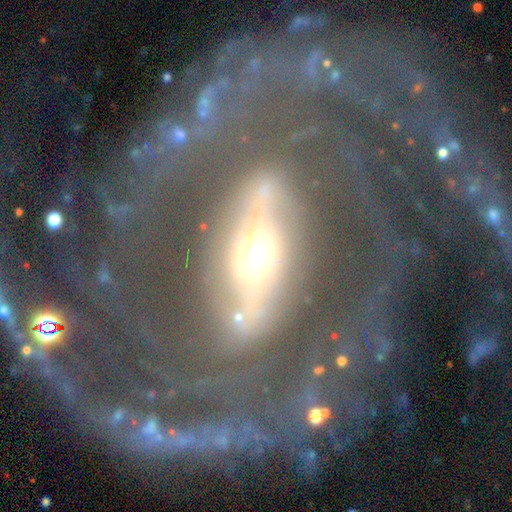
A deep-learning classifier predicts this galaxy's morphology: Smooth or featured?
  - featured or disk: 87% *
  - smooth: 7%
  - star or artifact: 6%
Edge-on disk?
  - no: 89% *
  - yes: 11%
Bar?
  - strong: 67% *
  - weak: 20%
  - no: 13%
Spiral arms?
  - yes: 90% *
  - no: 10%
Spiral winding?
  - tight: 48% *
  - medium: 35%
  - loose: 17%
Spiral arm count?
  - 2: 53% *
  - can't tell: 20%
  - 3: 8%
  - more than 4: 7%
  - 4: 6%
  - 1: 6%
Bulge size?
  - moderate: 52% *
  - small: 36%
  - large: 9%
  - dominant: 2%
  - none: 1%
Merging?
  - none: 66% *
  - major disturbance: 16%
  - minor disturbance: 15%
  - merger: 4%